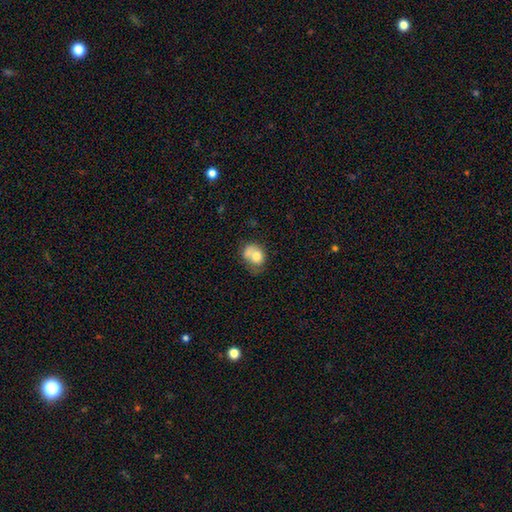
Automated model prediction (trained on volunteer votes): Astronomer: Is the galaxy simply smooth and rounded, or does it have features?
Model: smooth — 71%.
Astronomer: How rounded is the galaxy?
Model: round — 51% (runner-up: in between, 48%).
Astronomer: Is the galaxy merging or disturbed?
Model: merger — 38% (runner-up: none, 29%).